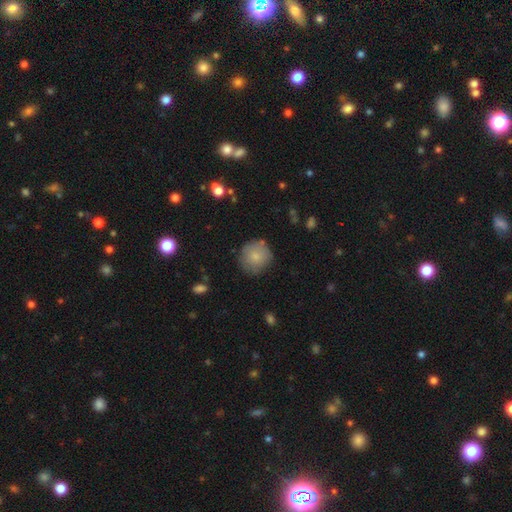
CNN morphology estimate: smooth-or-featured: smooth: 81% | featured or disk: 11% | star or artifact: 7%
  how-rounded: round: 92% | in between: 7% | cigar-shaped: 1%
  merging: none: 77% | minor disturbance: 17% | major disturbance: 4% | merger: 2%